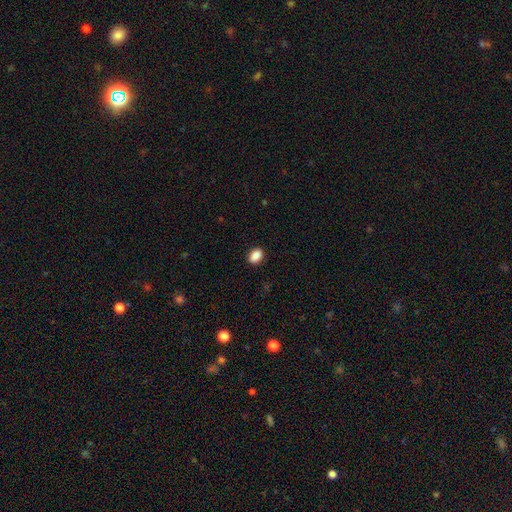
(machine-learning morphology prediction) Smooth or featured? Predicted: smooth (p=0.89). How rounded? Predicted: in between (p=0.79). Merging? Predicted: none (p=0.89).